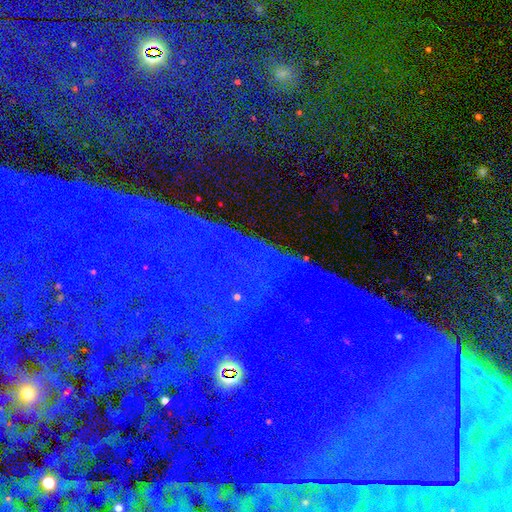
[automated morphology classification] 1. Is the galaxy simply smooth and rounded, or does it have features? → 86% star or artifact, 7% featured or disk, 7% smooth.